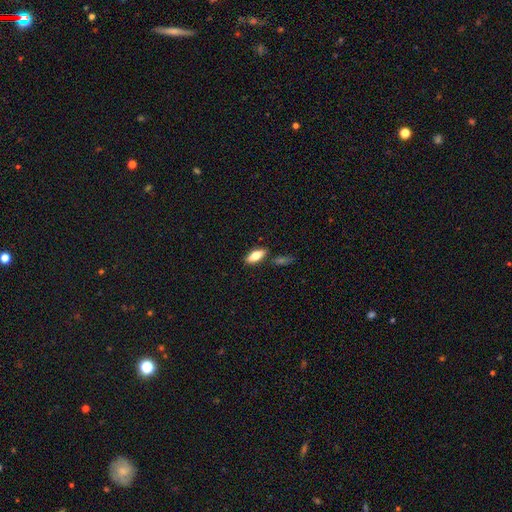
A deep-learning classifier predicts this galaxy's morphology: A smooth galaxy with no disk features (69%) that is in between round and cigar-shaped (78%). Merging: none (81%).